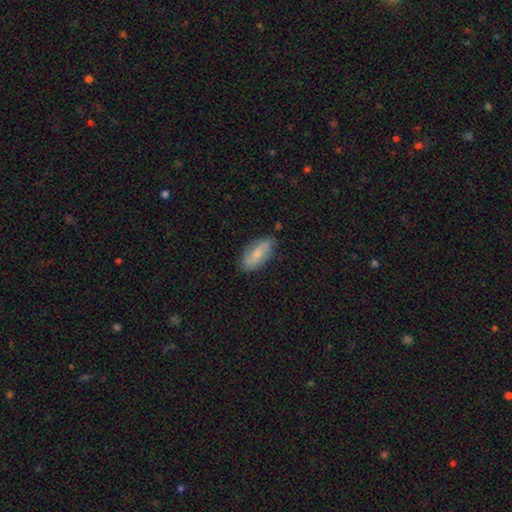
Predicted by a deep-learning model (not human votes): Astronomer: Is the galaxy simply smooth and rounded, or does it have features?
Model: smooth — 62%.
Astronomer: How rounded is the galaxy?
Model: in between — 86%.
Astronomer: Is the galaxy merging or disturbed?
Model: none — 75%.